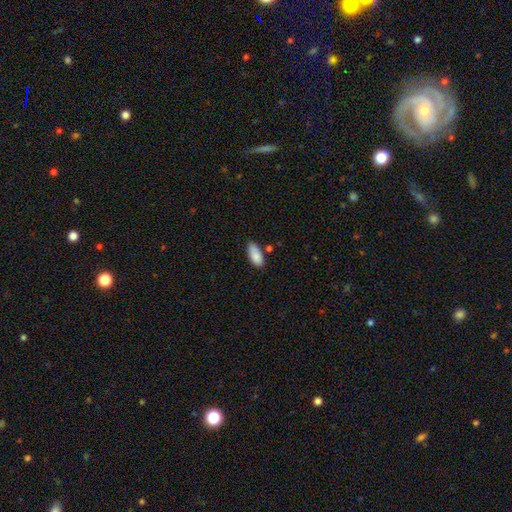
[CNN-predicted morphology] Smooth or featured?
  - smooth: 87% *
  - star or artifact: 7%
  - featured or disk: 6%
How rounded?
  - in between: 85% *
  - cigar-shaped: 13%
  - round: 2%
Merging?
  - none: 68% *
  - minor disturbance: 20%
  - merger: 8%
  - major disturbance: 4%